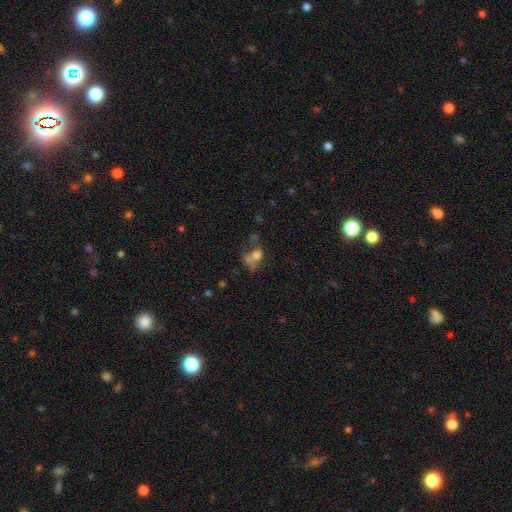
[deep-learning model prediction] Smooth or featured? smooth (55%)
How rounded? round (52%)
Merging? merger (42%)